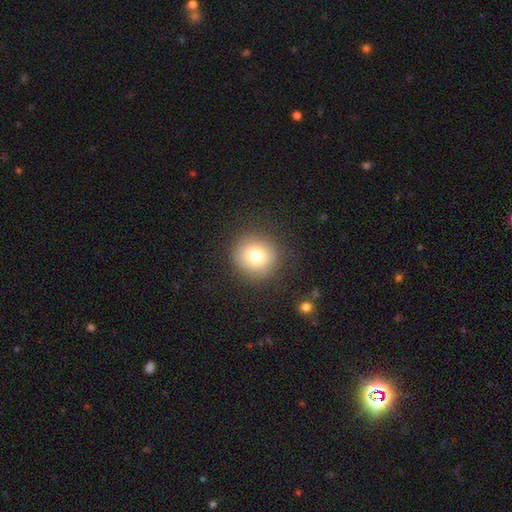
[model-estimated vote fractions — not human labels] This appears to be a smooth galaxy with no disk features (75%) that is round (92%). Merging: none (88%).